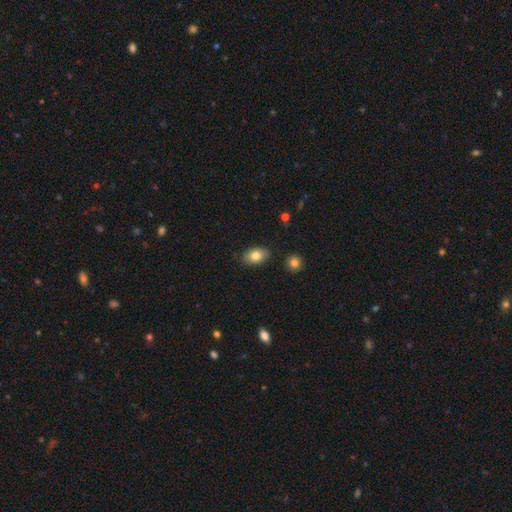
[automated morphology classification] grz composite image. It shows a smooth galaxy with no disk features (81%) that is in between round and cigar-shaped (88%). Merging: none (85%).